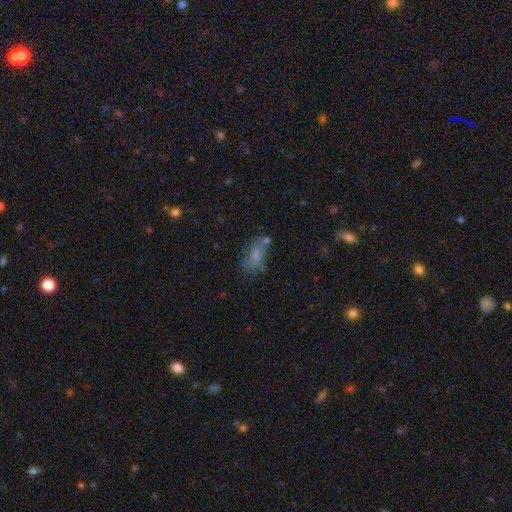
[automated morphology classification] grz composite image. It shows a smooth galaxy with no disk features (66%) that is in between round and cigar-shaped (84%). Merging: none (52%).